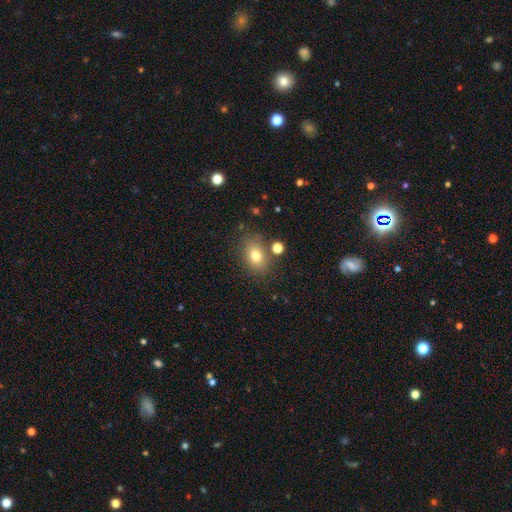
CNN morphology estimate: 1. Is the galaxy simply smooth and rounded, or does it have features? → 75% smooth, 13% featured or disk, 12% star or artifact.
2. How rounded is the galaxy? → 73% in between, 26% round, 1% cigar-shaped.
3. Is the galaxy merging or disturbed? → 76% none, 13% minor disturbance, 7% merger, 4% major disturbance.